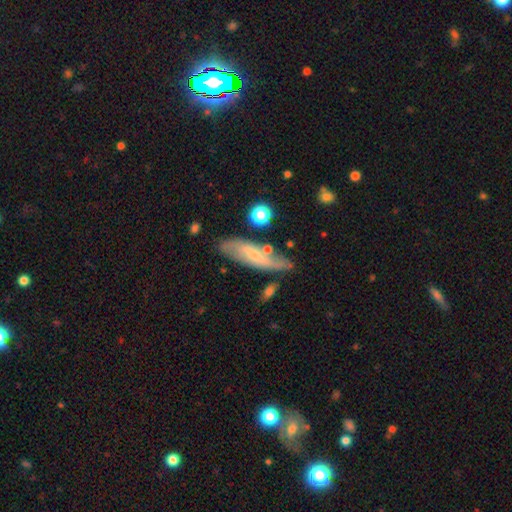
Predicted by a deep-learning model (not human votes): A featured or disk galaxy (51%).

Vote fractions:
- Smooth or featured? featured or disk: 51% / smooth: 41% / star or artifact: 7%
- Edge-on disk? no: 73% / yes: 27%
- Merging? none: 63% / minor disturbance: 21% / merger: 8% / major disturbance: 8%